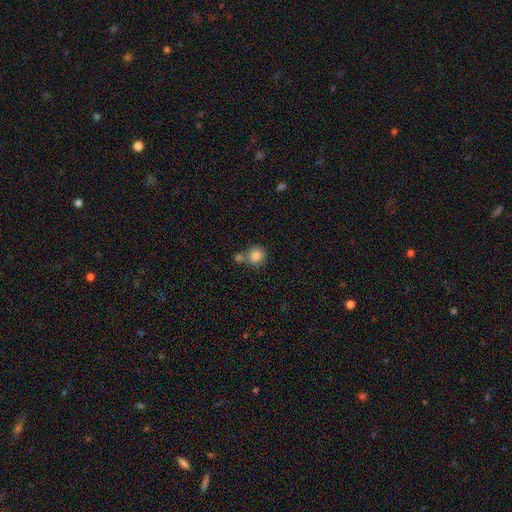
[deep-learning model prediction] The model was most divided on "merging": none: 54%, merger: 31%, minor disturbance: 11%, major disturbance: 4%. More confident: how rounded — round (85%); smooth or featured — smooth (85%).